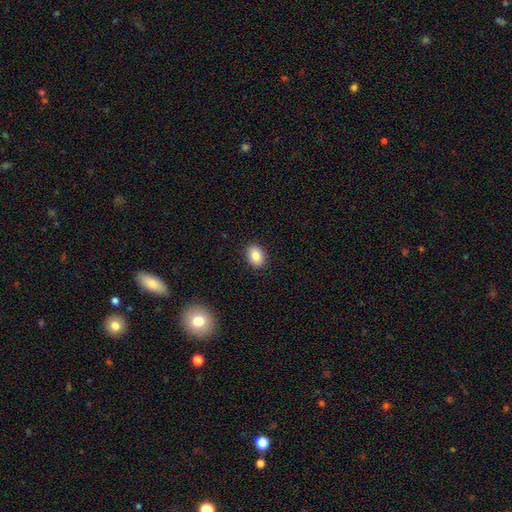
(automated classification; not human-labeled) Overall: smooth (86%). How rounded: in between (78%). Merging: none (89%).